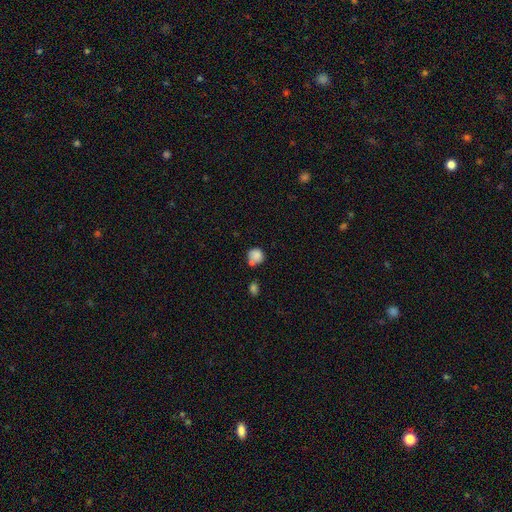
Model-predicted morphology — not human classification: Smooth or featured: smooth — 82% (star or artifact — 9%)
How rounded: round — 81% (in between — 18%)
Merging: none — 48% (merger — 26%)